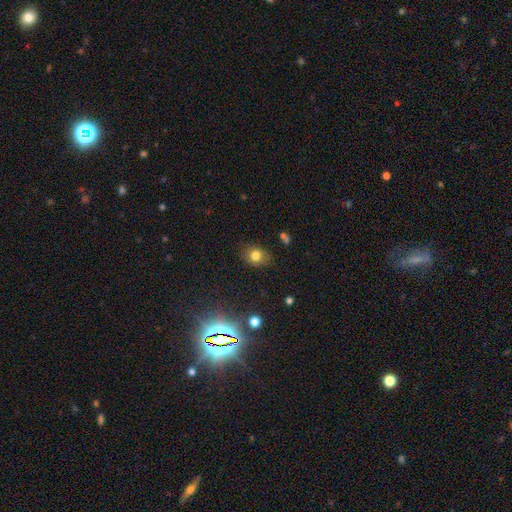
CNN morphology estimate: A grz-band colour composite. It shows a smooth galaxy with no disk features (77%) that is in between round and cigar-shaped (53%). Merging: none (80%).